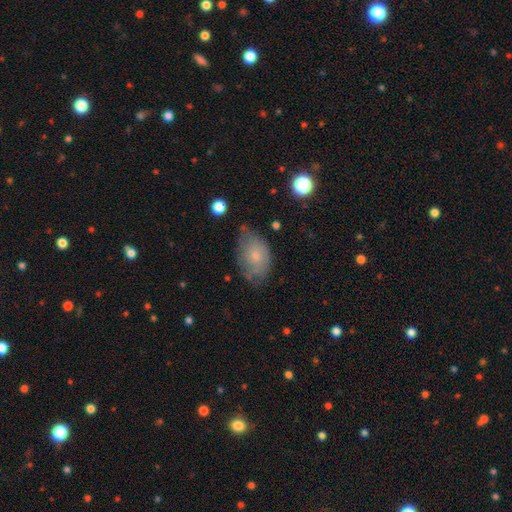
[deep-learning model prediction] Morphology: type=smooth (59%); roundness=in between (86%); merging=none (56%).